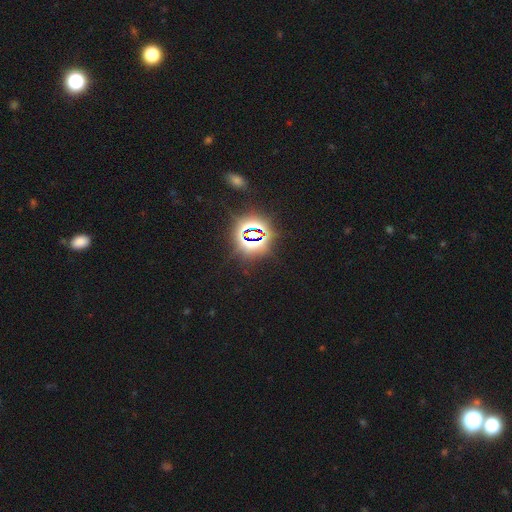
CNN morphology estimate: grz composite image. It shows a star or artifact, not a galaxy (81%).